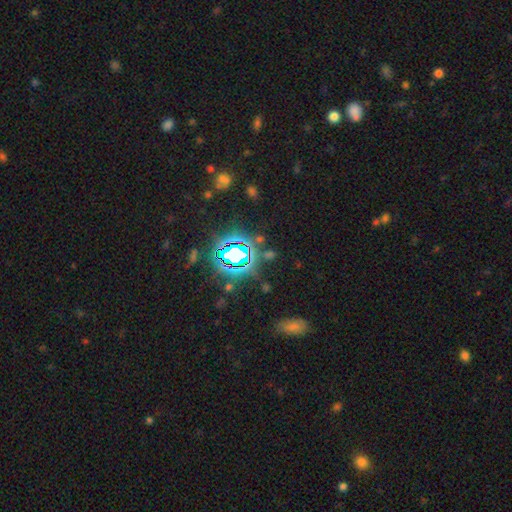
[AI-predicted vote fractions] star or artifact 78%, smooth 14%, featured or disk 8%.